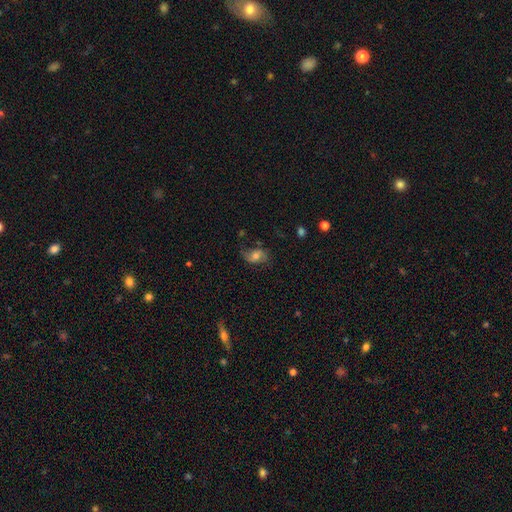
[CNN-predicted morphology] Smooth or featured?
  - smooth: 49% *
  - featured or disk: 40%
  - star or artifact: 11%
Merging?
  - none: 56% *
  - minor disturbance: 26%
  - major disturbance: 15%
  - merger: 2%